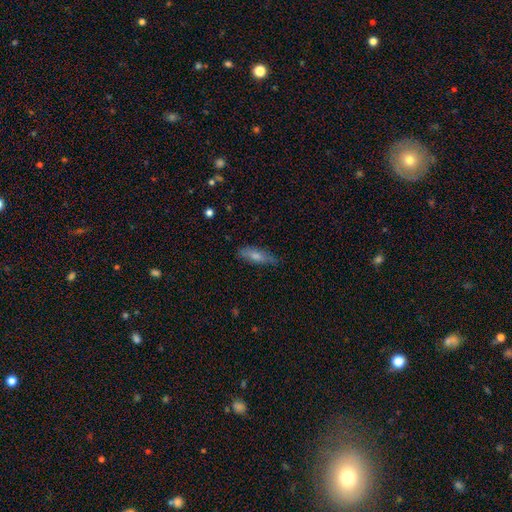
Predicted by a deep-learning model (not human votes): Overall: smooth (57%; featured or disk 33%). How rounded: cigar-shaped (57%; in between 40%). Merging: none (76%).